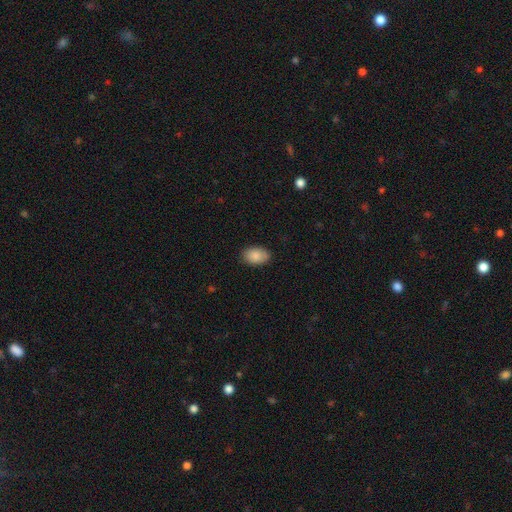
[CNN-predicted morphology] This is clearly a smooth galaxy (88%). How rounded: clearly in between (90%). Merging: clearly none (87%).